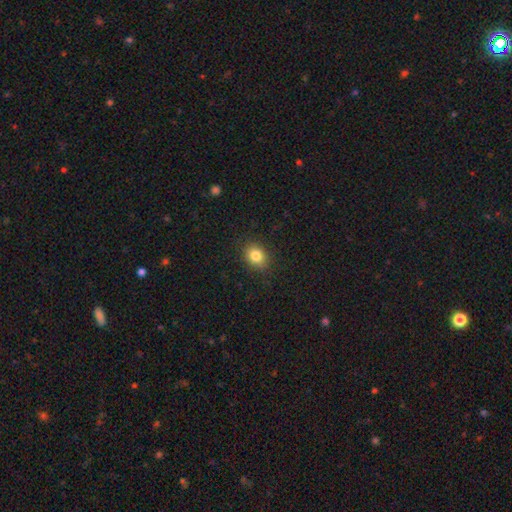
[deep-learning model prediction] Smooth or featured: smooth — 84% (star or artifact — 10%)
How rounded: round — 53% (in between — 46%)
Merging: none — 87% (minor disturbance — 9%)